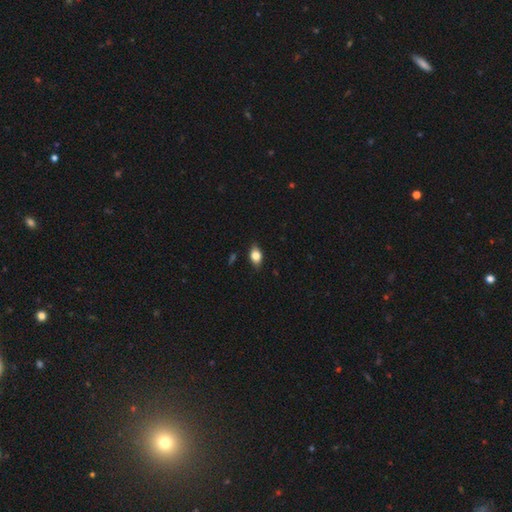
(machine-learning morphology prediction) smooth-or-featured: smooth: 79% | featured or disk: 13% | star or artifact: 8%
  how-rounded: in between: 81% | round: 15% | cigar-shaped: 3%
  merging: none: 82% | minor disturbance: 15% | major disturbance: 2% | merger: 1%